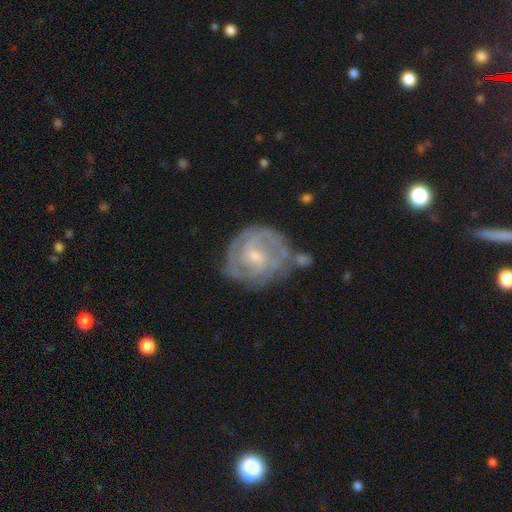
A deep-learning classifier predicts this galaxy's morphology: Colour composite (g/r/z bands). It shows a featured or disk galaxy (82%) with a weak bar (51%), tight (61%) spiral arms (90%) and a small central bulge (55%). Merging: none (61%).